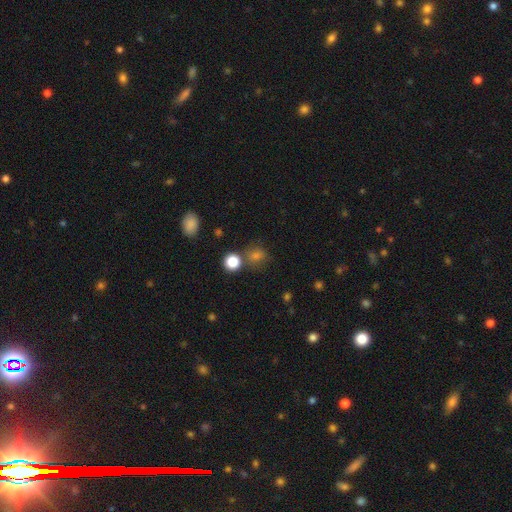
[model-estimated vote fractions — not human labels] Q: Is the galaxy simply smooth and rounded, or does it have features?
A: smooth — 70%.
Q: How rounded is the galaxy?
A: round — 76%.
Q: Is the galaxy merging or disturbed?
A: none — 70%.